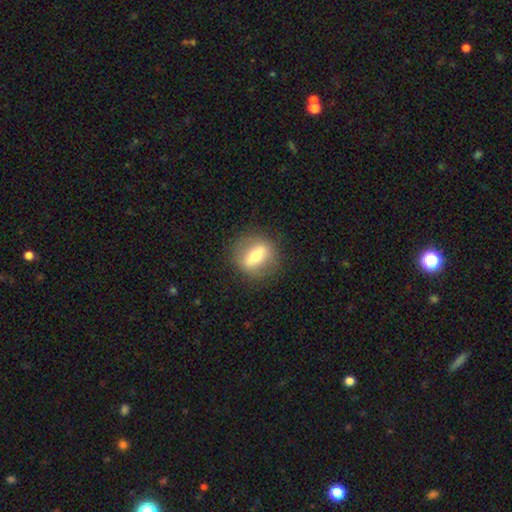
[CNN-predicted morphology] The model was most divided on "smooth or featured": smooth: 48%, featured or disk: 44%, star or artifact: 8%. More confident: merging — none (85%).